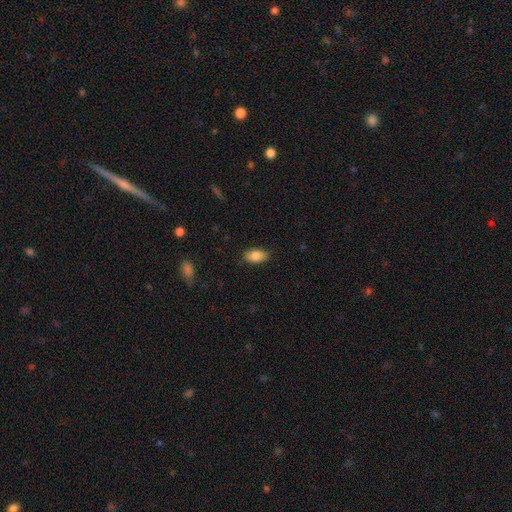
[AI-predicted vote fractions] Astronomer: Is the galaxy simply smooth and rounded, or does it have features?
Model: smooth — 86%.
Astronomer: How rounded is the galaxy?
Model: in between — 93%.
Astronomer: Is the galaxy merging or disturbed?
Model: none — 86%.